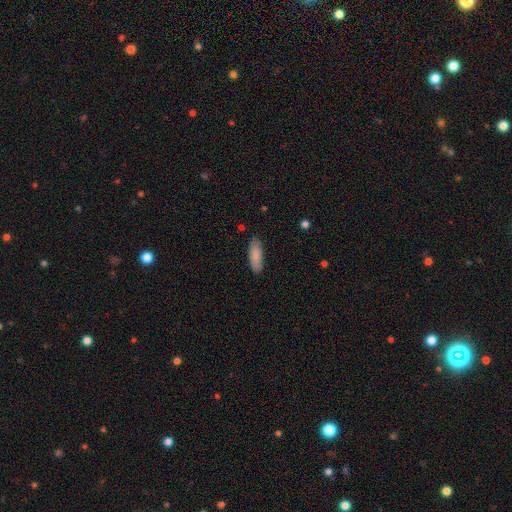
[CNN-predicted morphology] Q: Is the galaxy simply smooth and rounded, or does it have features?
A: smooth — 87%.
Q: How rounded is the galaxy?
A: in between — 59%.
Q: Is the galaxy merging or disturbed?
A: none — 87%.